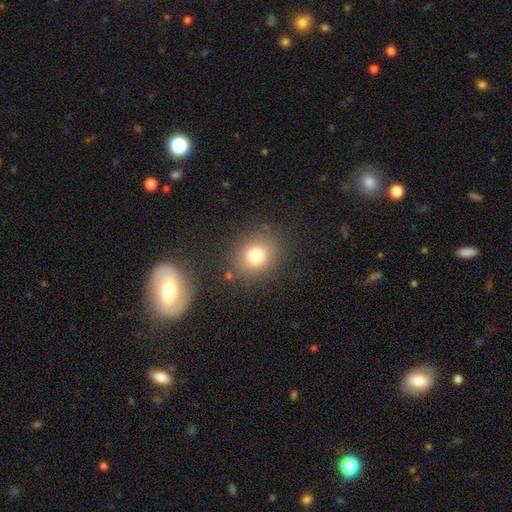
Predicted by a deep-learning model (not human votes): Smooth or featured? smooth (77%)
How rounded? round (75%)
Merging? none (83%)